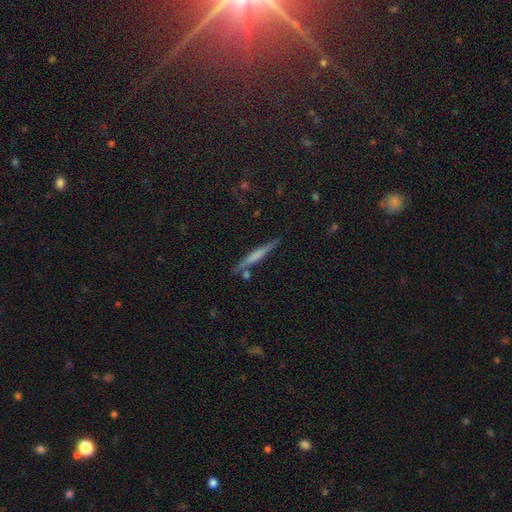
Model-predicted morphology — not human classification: The model was most divided on "smooth or featured": featured or disk: 49%, smooth: 42%, star or artifact: 9%. More confident: merging — none (84%).